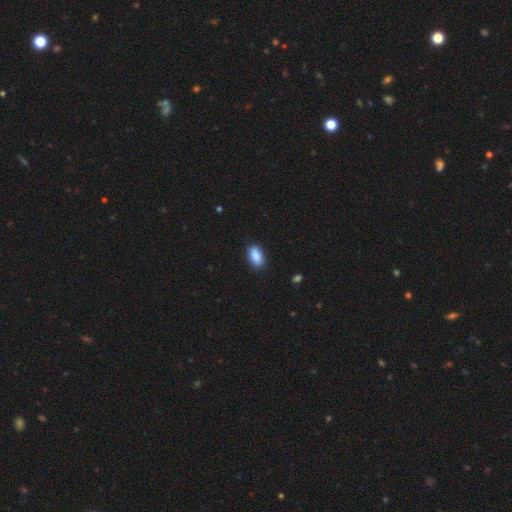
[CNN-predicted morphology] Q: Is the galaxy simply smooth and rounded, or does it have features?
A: smooth — 89%.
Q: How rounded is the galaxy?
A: in between — 92%.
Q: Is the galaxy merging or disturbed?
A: none — 88%.